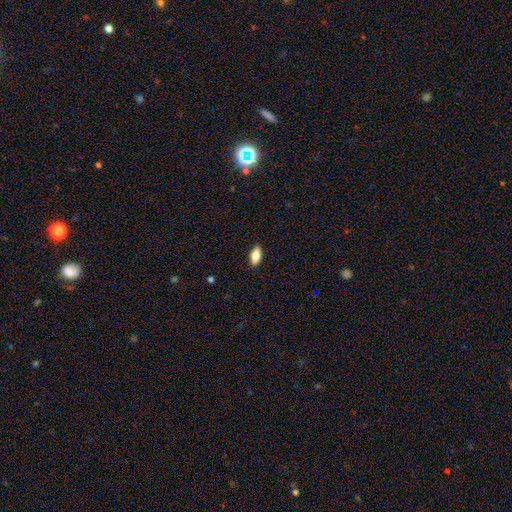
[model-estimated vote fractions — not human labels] A smooth galaxy with no disk features (73%) that is in between round and cigar-shaped (86%). Merging: none (89%).